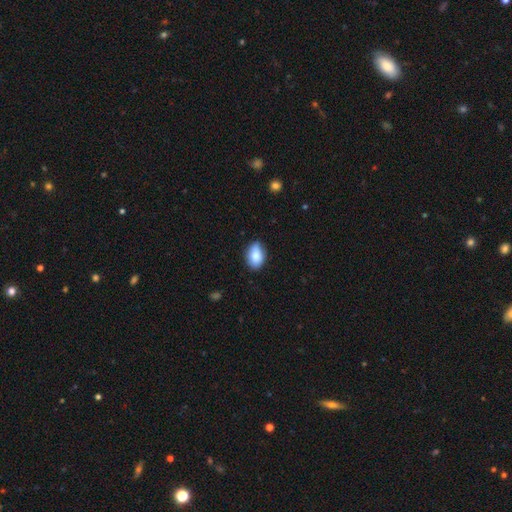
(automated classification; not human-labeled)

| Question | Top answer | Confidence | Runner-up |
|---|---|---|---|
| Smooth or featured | smooth | 83% | featured or disk (10%) |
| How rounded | in between | 86% | round (12%) |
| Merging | none | 74% | minor disturbance (21%) |